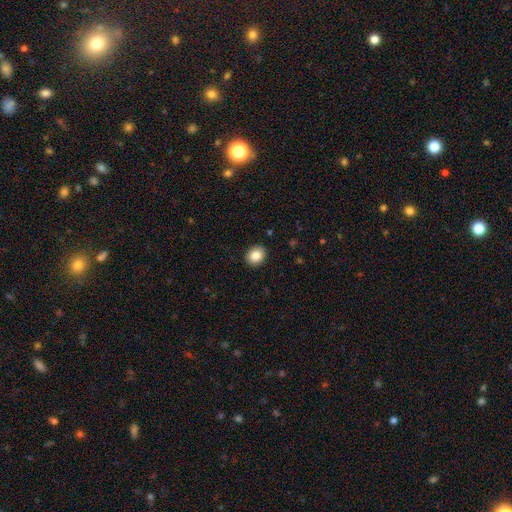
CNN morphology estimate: Smooth or featured? Predicted: smooth (p=0.85). How rounded? Predicted: round (p=0.63). Merging? Predicted: none (p=0.91).